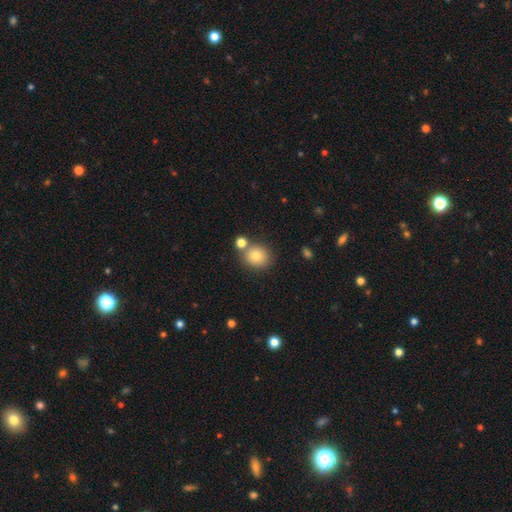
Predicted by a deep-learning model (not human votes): smooth-or-featured: smooth: 79% | star or artifact: 11% | featured or disk: 10%
  how-rounded: round: 81% | in between: 18% | cigar-shaped: 1%
  merging: none: 69% | merger: 18% | minor disturbance: 10% | major disturbance: 3%